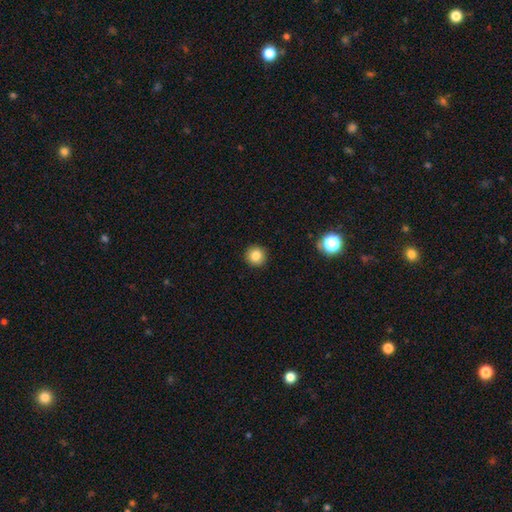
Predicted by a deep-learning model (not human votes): A smooth galaxy with no disk features (83%) that is round (95%).

Vote fractions:
- Smooth or featured? smooth: 83% / star or artifact: 11% / featured or disk: 6%
- How rounded? round: 95% / in between: 4% / cigar-shaped: 1%
- Merging? none: 92% / minor disturbance: 5% / major disturbance: 2% / merger: 1%